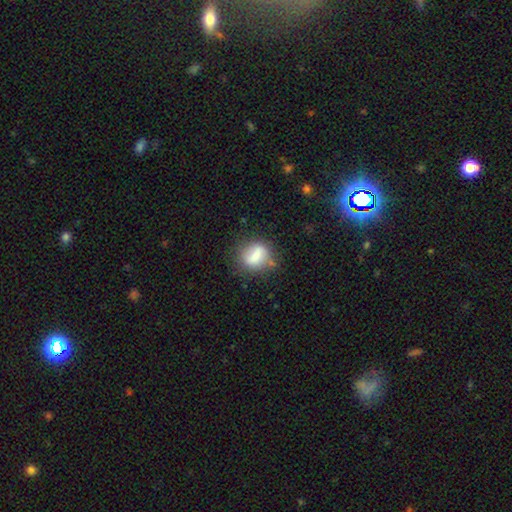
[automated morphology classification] type=smooth (68%); roundness=round (57%); merging=none (67%).